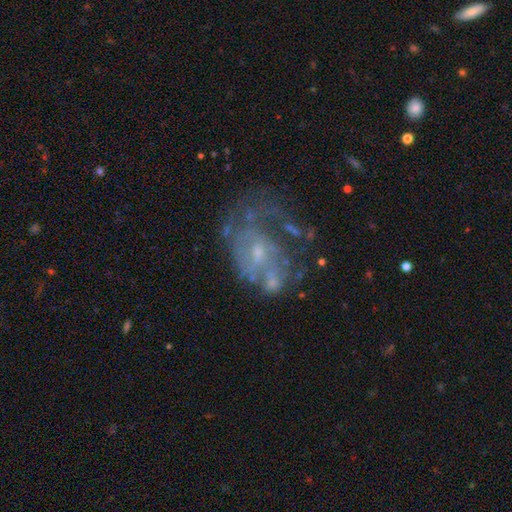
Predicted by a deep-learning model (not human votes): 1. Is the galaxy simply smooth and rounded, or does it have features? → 72% featured or disk, 14% star or artifact, 14% smooth.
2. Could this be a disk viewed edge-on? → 97% no, 3% yes.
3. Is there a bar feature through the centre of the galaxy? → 73% no, 23% weak, 4% strong.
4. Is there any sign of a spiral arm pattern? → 59% yes, 41% no.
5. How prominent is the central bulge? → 59% small, 26% moderate, 12% none, 2% large, 1% dominant.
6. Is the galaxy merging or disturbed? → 39% none, 32% major disturbance, 19% minor disturbance, 10% merger.